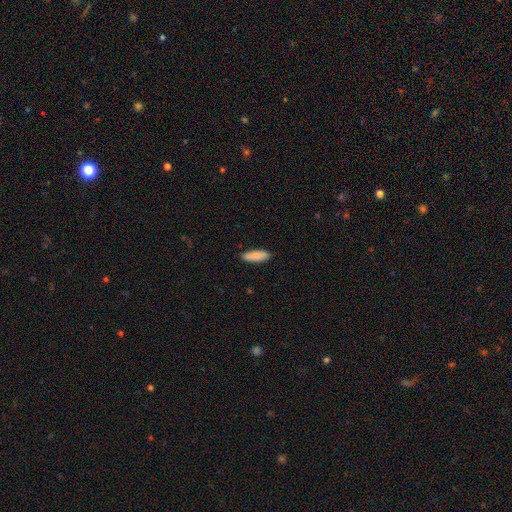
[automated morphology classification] Overall: smooth (89%). How rounded: in between (58%; cigar-shaped 41%). Merging: none (88%).